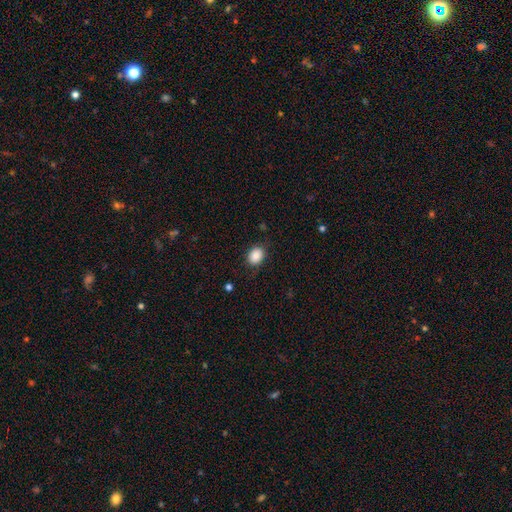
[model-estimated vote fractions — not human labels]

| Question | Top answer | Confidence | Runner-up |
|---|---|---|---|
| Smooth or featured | smooth | 88% | star or artifact (8%) |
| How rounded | in between | 59% | round (40%) |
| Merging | none | 82% | minor disturbance (13%) |